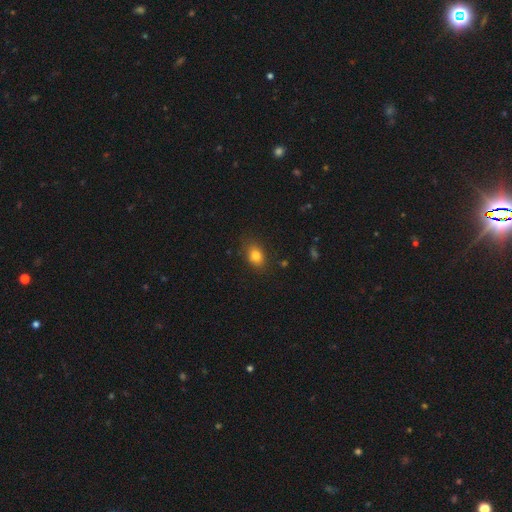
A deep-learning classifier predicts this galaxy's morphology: The model was most divided on "how rounded": in between: 69%, round: 30%, cigar-shaped: 2%. More confident: merging — none (82%); smooth or featured — smooth (81%).